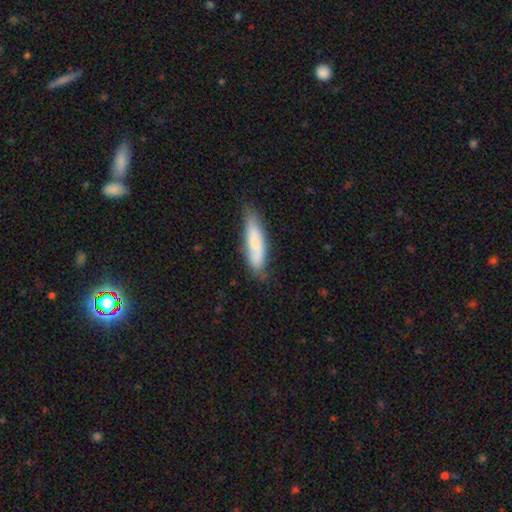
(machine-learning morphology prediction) Smooth or featured? Predicted: smooth (p=0.65). How rounded? Predicted: cigar-shaped (p=0.57). Merging? Predicted: none (p=0.71).